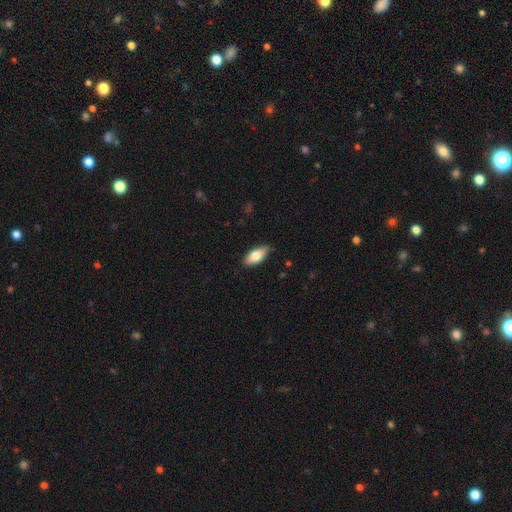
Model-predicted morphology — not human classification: A smooth galaxy with no disk features (77%) that is in between round and cigar-shaped (88%). Merging: none (82%).